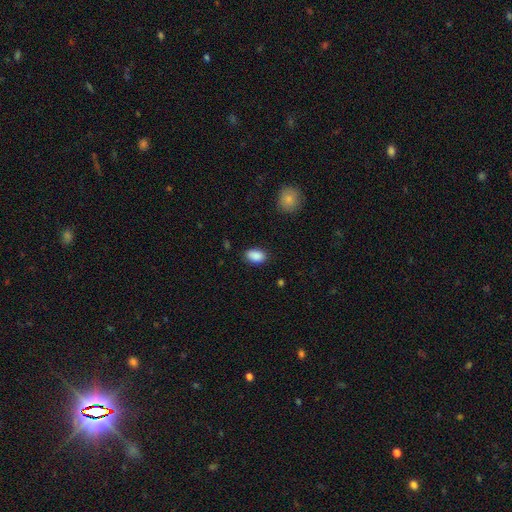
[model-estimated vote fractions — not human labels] Smooth or featured? smooth (89%)
How rounded? in between (89%)
Merging? none (85%)